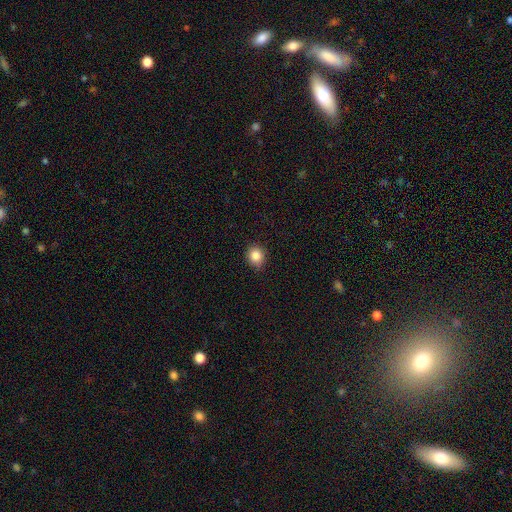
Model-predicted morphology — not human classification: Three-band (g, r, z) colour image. It shows a smooth galaxy with no disk features (85%) that is round (75%). Merging: none (85%).